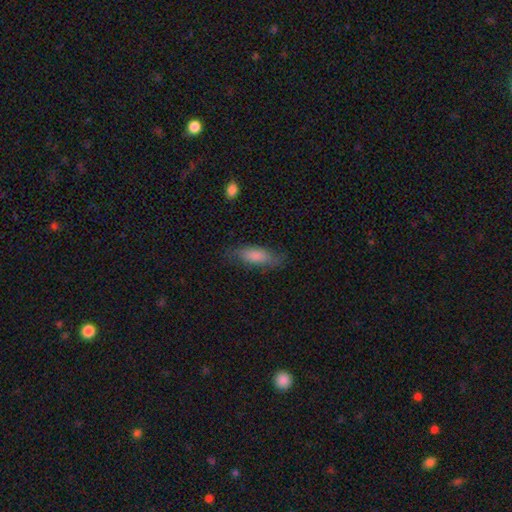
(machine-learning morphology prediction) smooth_or_featured: smooth (p=0.79) [alt: featured or disk p=0.15]
how_rounded: in between (p=0.62) [alt: cigar-shaped p=0.36]
merging: none (p=0.71) [alt: minor disturbance p=0.21]